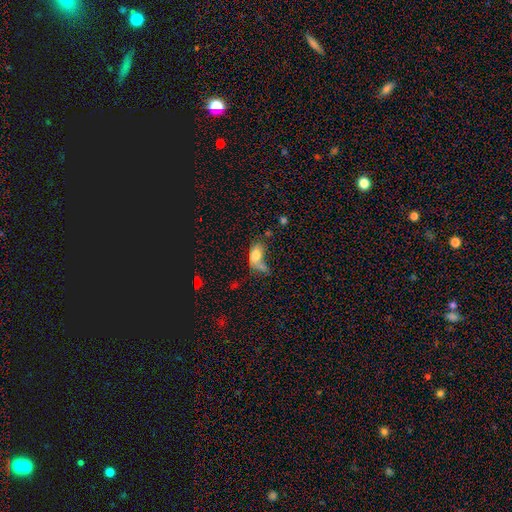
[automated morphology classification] Overall: smooth (72%). How rounded: in between (86%). Merging: major disturbance (30%; merger 25%).